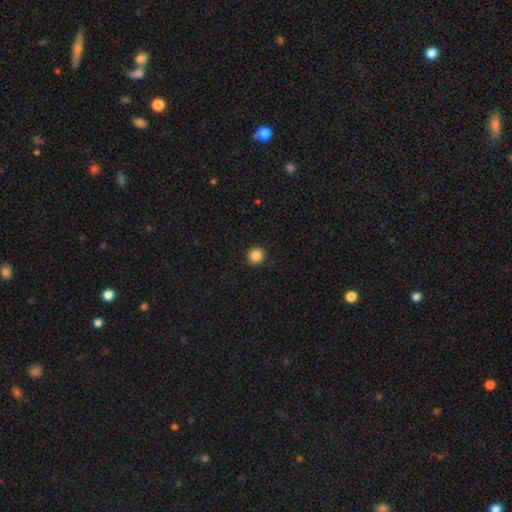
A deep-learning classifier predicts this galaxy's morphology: Smooth or featured: smooth — 86% (star or artifact — 10%)
How rounded: round — 94% (in between — 5%)
Merging: none — 93% (minor disturbance — 4%)